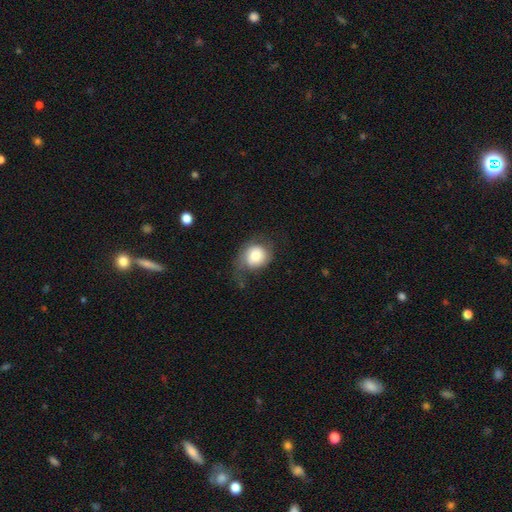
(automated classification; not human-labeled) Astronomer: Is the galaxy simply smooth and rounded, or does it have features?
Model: smooth — 64%.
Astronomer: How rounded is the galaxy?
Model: round — 71%.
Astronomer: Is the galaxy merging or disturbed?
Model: none — 42% (runner-up: minor disturbance, 30%).